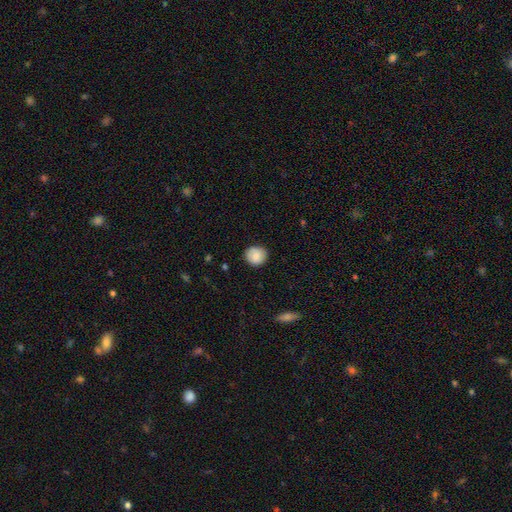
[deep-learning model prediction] Overall: smooth (86%). How rounded: round (90%). Merging: none (86%).